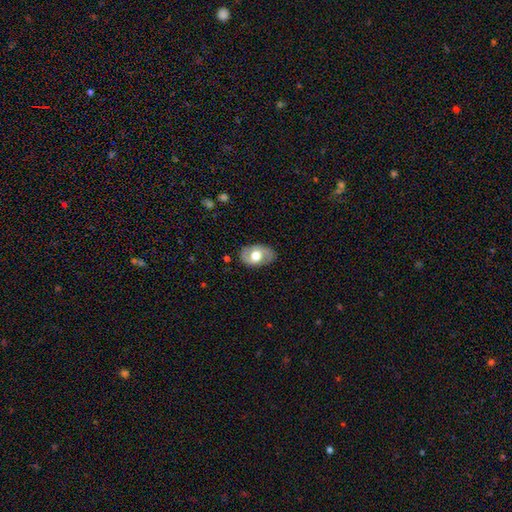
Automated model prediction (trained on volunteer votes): A featured or disk galaxy (48%). Merging: none (78%).